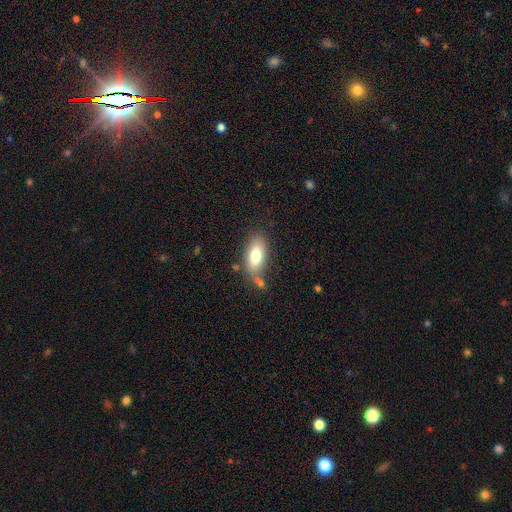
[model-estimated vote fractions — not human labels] A smooth galaxy with no disk features (76%) that is in between round and cigar-shaped (88%). Merging: none (66%).